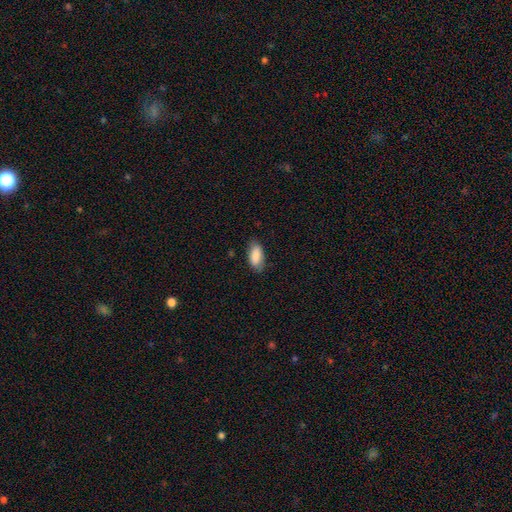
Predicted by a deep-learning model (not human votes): Morphology: type=smooth (85%); roundness=in between (89%); merging=none (78%).